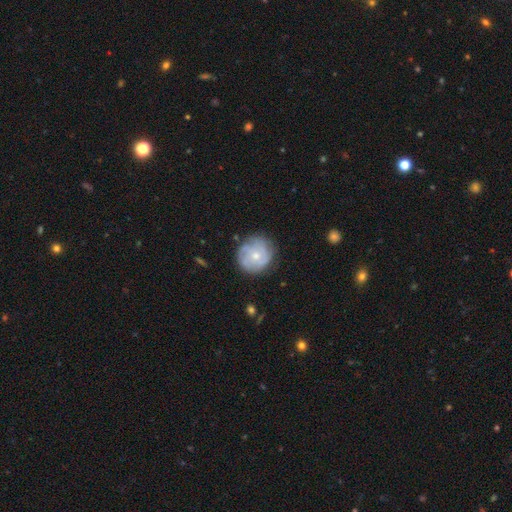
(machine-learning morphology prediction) Overall: featured or disk (55%; smooth 37%). Edge-on disk: no (98%). Bar: no (84%). Spiral arms: yes (72%). Bulge size: small (52%; moderate 43%). Merging: none (76%).